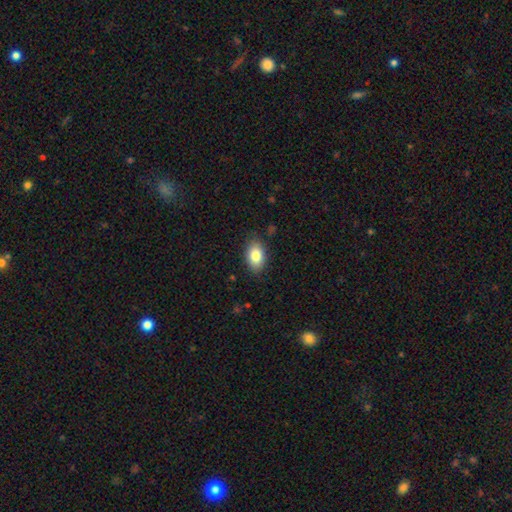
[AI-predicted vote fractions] Smooth or featured? smooth (82%)
How rounded? in between (89%)
Merging? none (84%)